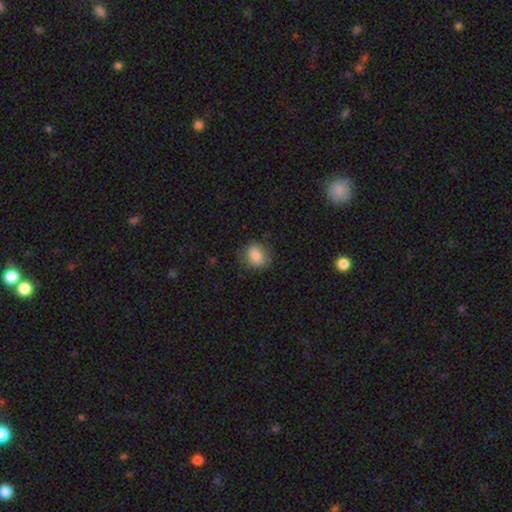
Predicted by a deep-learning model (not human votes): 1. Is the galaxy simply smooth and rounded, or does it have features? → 83% smooth, 9% featured or disk, 8% star or artifact.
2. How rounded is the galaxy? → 57% round, 42% in between, 1% cigar-shaped.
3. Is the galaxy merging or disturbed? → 76% none, 17% minor disturbance, 5% major disturbance, 1% merger.